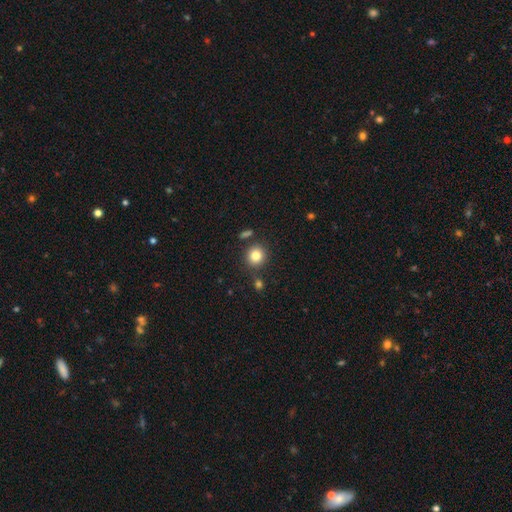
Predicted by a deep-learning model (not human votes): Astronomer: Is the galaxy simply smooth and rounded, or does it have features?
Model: smooth — 82%.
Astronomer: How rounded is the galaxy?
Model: round — 90%.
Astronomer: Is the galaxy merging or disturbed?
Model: none — 82%.